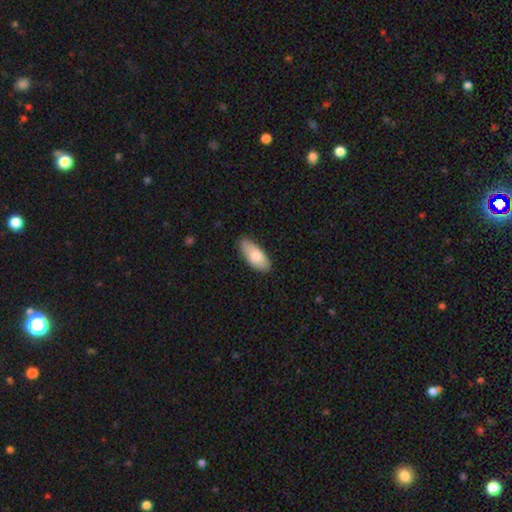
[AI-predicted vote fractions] This is likely a smooth galaxy (79%). How rounded: clearly in between (84%). Merging: clearly none (84%).